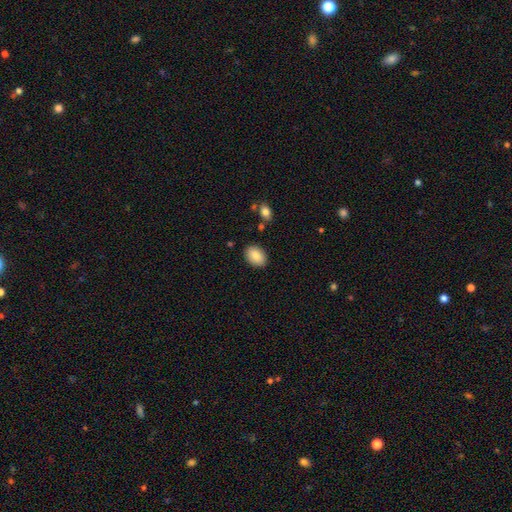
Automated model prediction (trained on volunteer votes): A smooth galaxy with no disk features (85%) that is in between round and cigar-shaped (80%). Merging: none (86%).